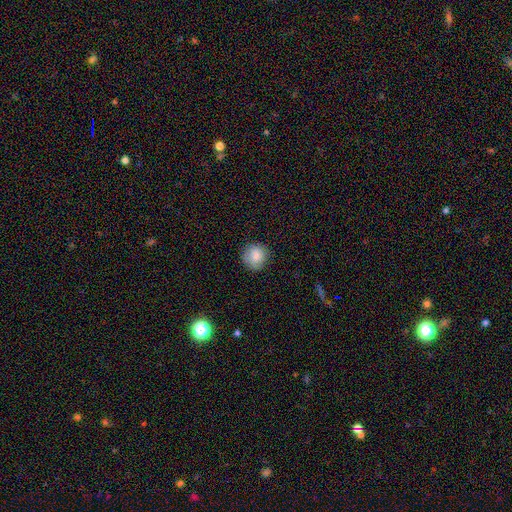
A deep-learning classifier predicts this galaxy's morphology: The model was most divided on "merging": none: 84%, minor disturbance: 13%, major disturbance: 3%, merger: 1%. More confident: how rounded — round (90%); smooth or featured — smooth (83%).